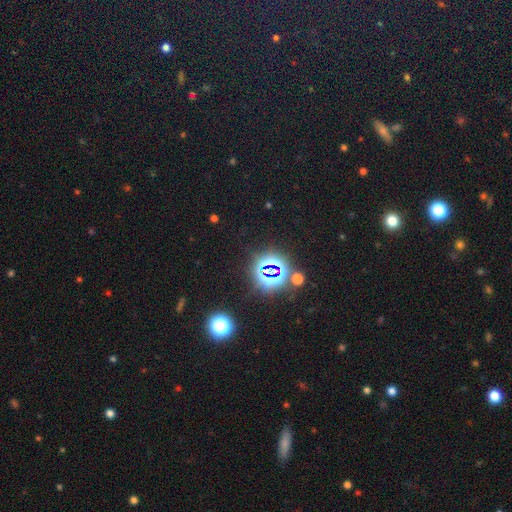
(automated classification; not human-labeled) A star or artifact, not a galaxy (77%).

Vote fractions:
- Smooth or featured? star or artifact: 77% / smooth: 15% / featured or disk: 7%